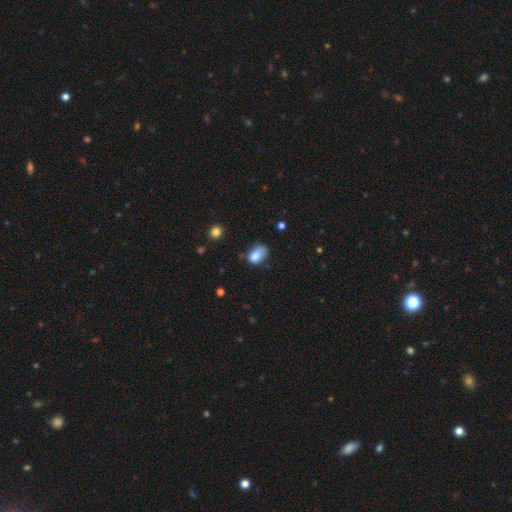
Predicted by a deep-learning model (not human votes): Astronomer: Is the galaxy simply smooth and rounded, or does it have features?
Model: smooth — 80%.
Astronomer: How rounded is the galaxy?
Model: in between — 85%.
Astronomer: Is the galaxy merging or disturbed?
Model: none — 41% (runner-up: minor disturbance, 38%).